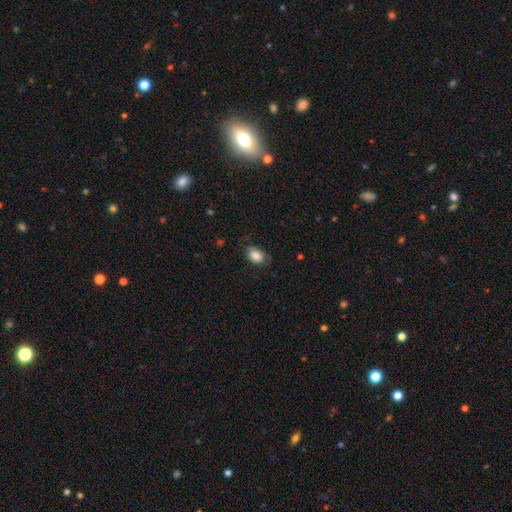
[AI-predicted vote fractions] Smooth or featured? smooth (84%)
How rounded? in between (83%)
Merging? none (70%)